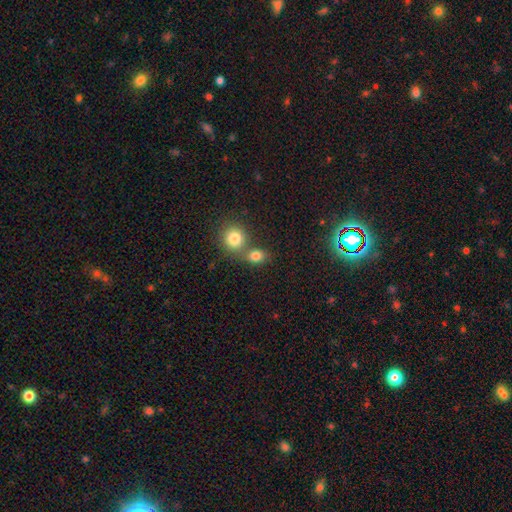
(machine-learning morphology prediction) Q: Smooth or featured?
A: smooth (81%); runner-up: star or artifact (11%)
Q: How rounded?
A: round (55%); runner-up: in between (44%)
Q: Merging?
A: none (48%); runner-up: merger (40%)